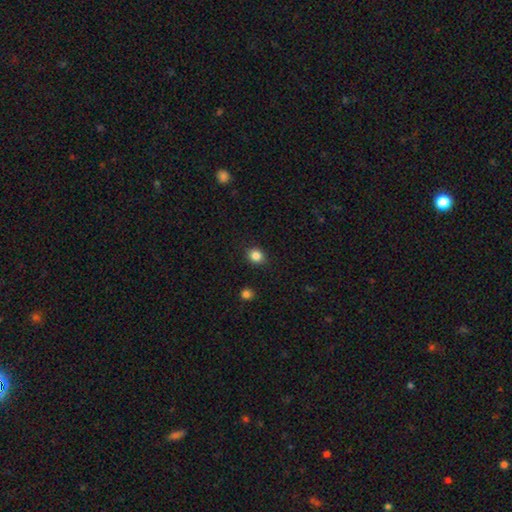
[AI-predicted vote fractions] A smooth galaxy with no disk features (85%) that is round (67%). Merging: none (90%).